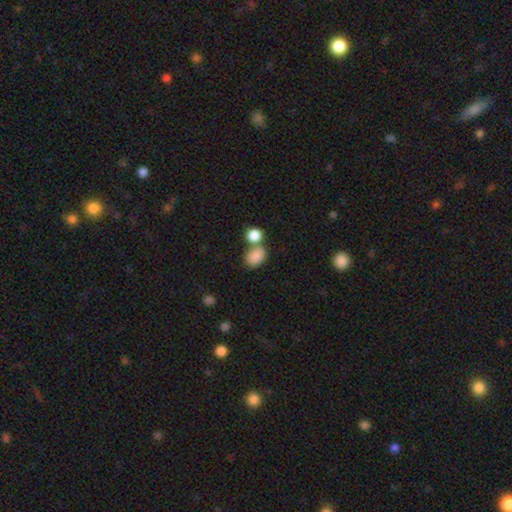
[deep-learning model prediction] A smooth galaxy with no disk features (86%) that is in between round and cigar-shaped (72%). Merging: none (45%).